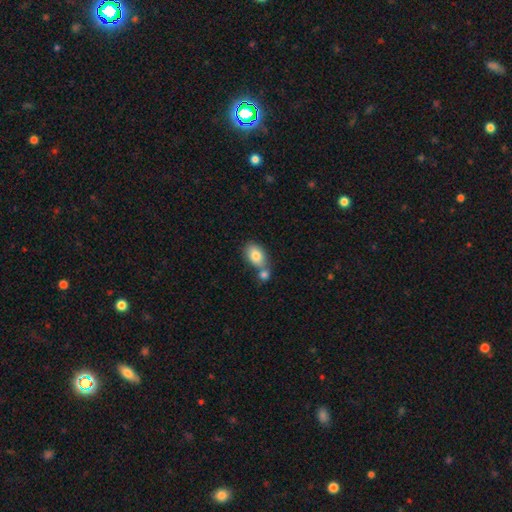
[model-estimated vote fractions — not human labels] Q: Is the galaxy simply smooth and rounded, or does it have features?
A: smooth — 82%.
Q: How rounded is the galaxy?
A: in between — 85%.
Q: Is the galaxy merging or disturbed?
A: merger — 44%.